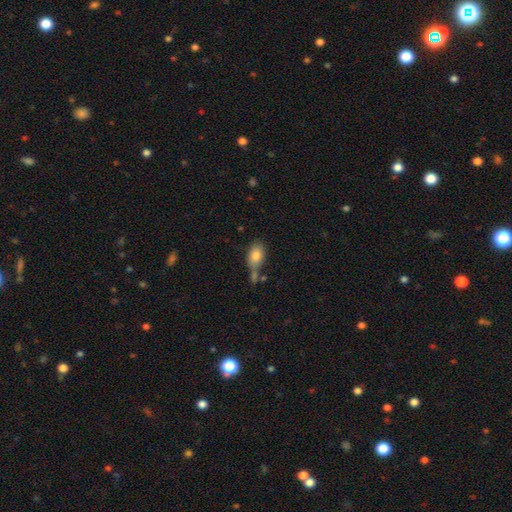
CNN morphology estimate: Smooth or featured? Predicted: smooth (p=0.81). How rounded? Predicted: in between (p=0.85). Merging? Predicted: none (p=0.46).